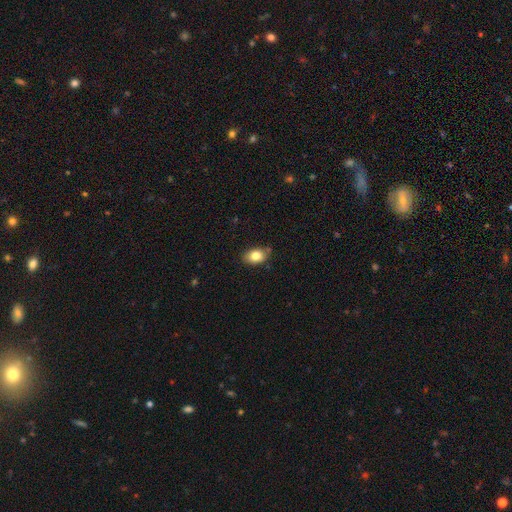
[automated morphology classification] Smooth or featured? smooth (82%)
How rounded? in between (80%)
Merging? none (80%)